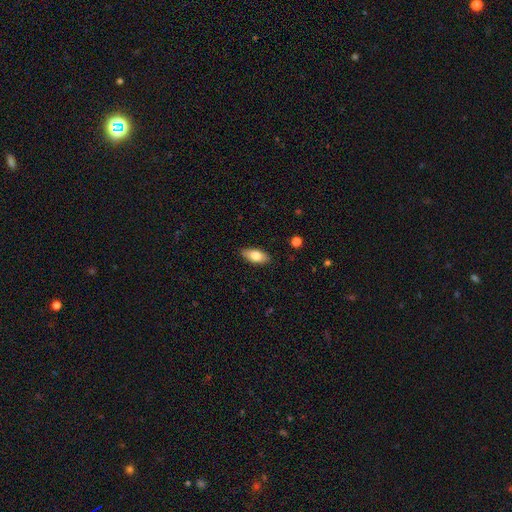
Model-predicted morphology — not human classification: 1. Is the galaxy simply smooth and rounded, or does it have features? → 77% smooth, 16% featured or disk, 7% star or artifact.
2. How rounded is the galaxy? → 88% in between, 9% cigar-shaped, 3% round.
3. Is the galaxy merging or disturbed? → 88% none, 10% minor disturbance, 2% major disturbance, 1% merger.